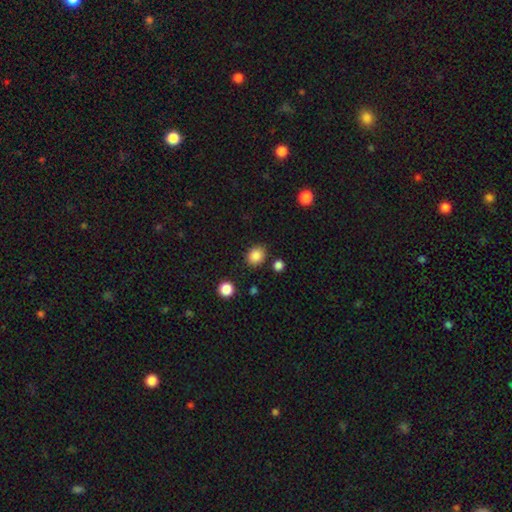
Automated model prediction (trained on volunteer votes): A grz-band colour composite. It shows a smooth galaxy with no disk features (86%) that is round (64%). Merging: none (82%).